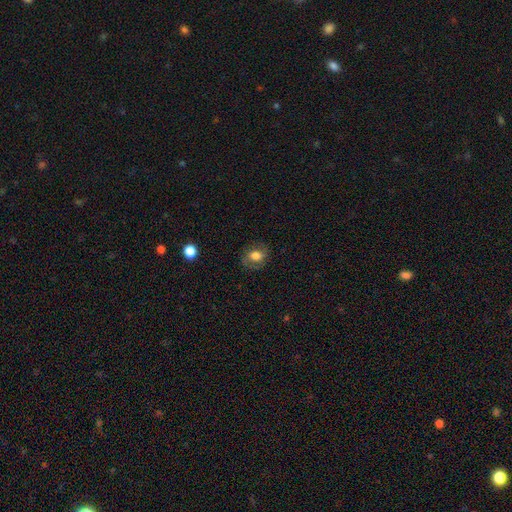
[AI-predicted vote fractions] The model was most divided on "how rounded": in between: 51%, round: 47%, cigar-shaped: 1%. More confident: merging — none (78%); smooth or featured — smooth (65%).